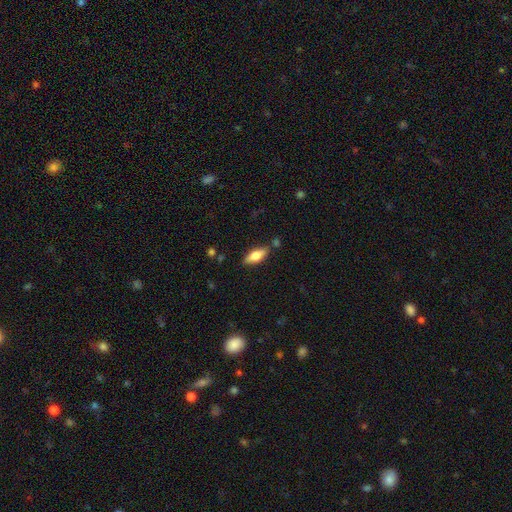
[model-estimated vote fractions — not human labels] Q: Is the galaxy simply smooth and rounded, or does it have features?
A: smooth — 66%.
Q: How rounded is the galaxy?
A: in between — 72%.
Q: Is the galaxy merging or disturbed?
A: none — 80%.